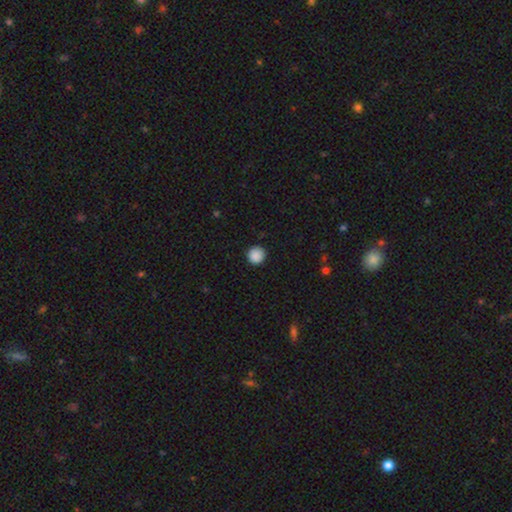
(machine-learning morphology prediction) type=smooth (89%); roundness=round (94%); merging=none (90%).